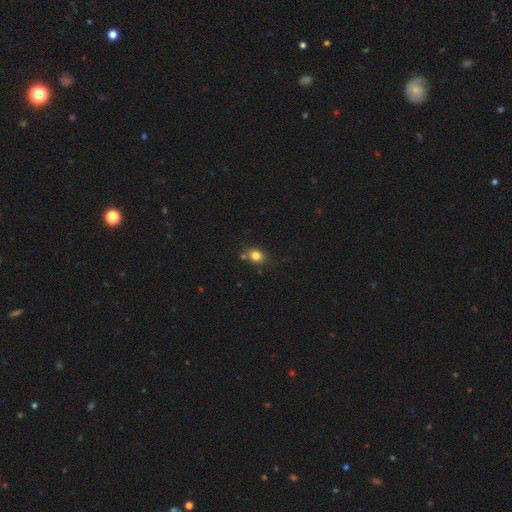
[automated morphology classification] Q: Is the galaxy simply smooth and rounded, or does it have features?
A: smooth — 81%.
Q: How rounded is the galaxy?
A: round — 60%.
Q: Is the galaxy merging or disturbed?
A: none — 72%.